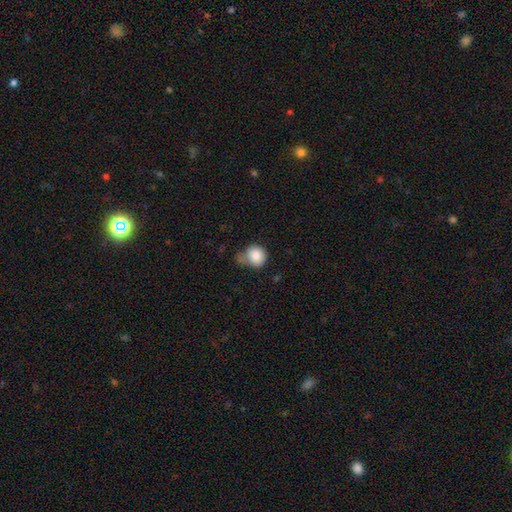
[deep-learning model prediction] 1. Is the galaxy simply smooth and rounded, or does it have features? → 83% smooth, 8% star or artifact, 8% featured or disk.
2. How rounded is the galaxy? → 82% round, 17% in between, 1% cigar-shaped.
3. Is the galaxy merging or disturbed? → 47% none, 29% minor disturbance, 13% major disturbance, 11% merger.